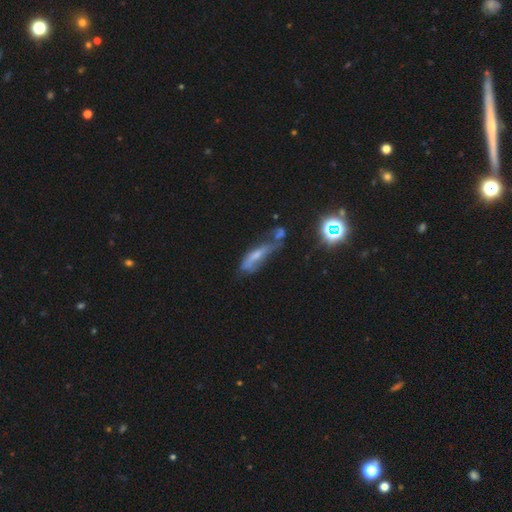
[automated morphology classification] This is marginally a featured or disk galaxy (45%). Merging: marginally none (34%).